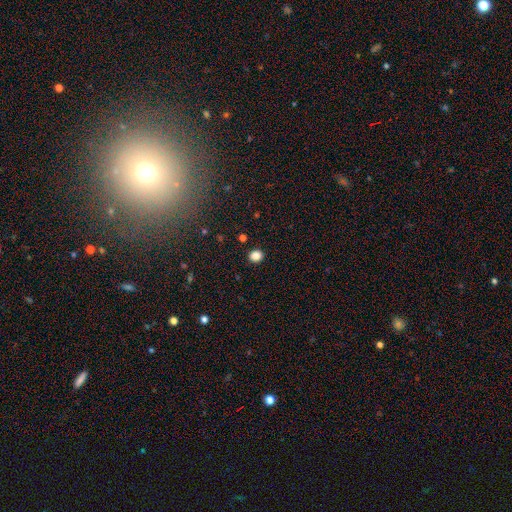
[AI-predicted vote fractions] This is clearly a smooth galaxy (85%). How rounded: likely round (74%). Merging: clearly none (91%).